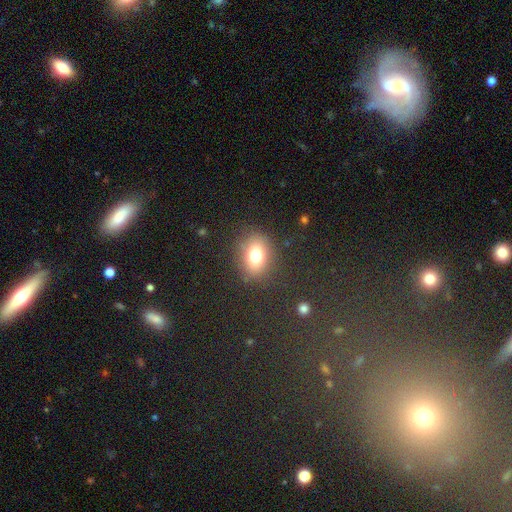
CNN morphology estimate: Smooth or featured: smooth — 75% (star or artifact — 13%)
How rounded: in between — 57% (round — 42%)
Merging: none — 83% (minor disturbance — 11%)